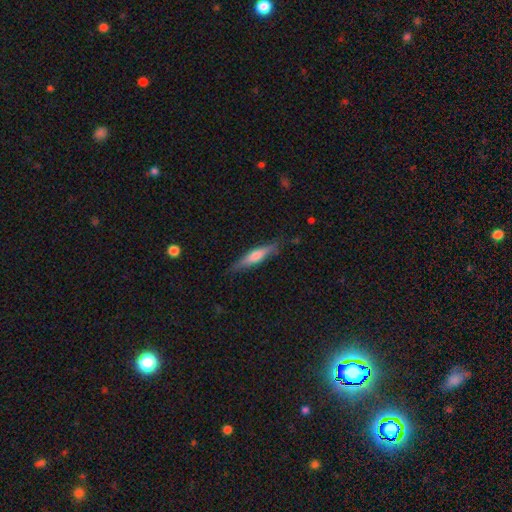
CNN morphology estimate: Smooth or featured: smooth — 51% (featured or disk — 43%)
How rounded: cigar-shaped — 84% (in between — 14%)
Merging: none — 82% (minor disturbance — 14%)